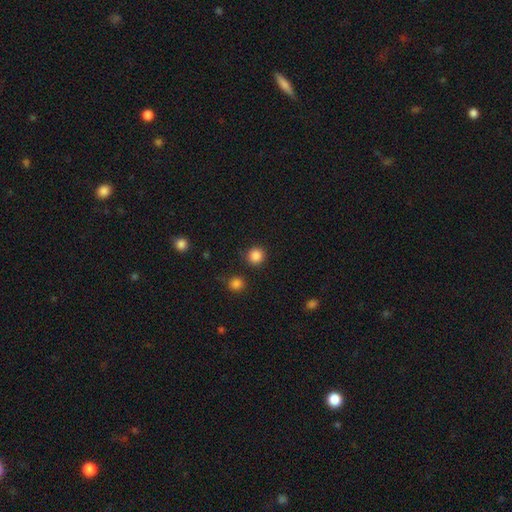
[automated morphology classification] This is clearly a smooth galaxy (86%). How rounded: clearly round (93%). Merging: clearly none (87%).